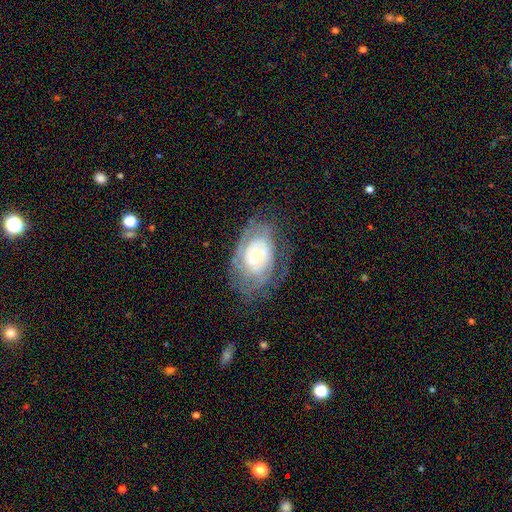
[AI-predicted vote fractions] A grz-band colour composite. It shows a featured or disk galaxy (71%) with no bar (79%), tight (67%) spiral arms (78%) and a small central bulge (53%). Merging: none (64%).